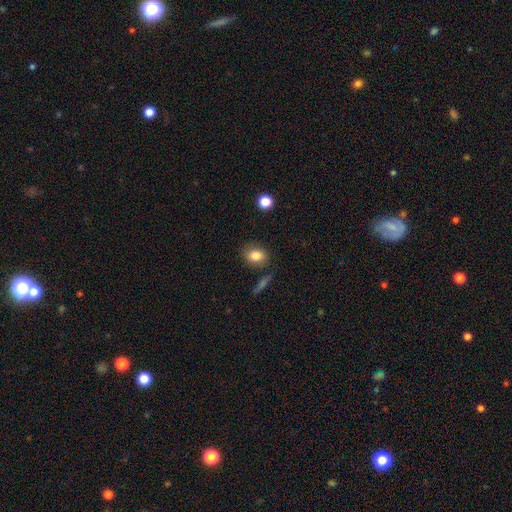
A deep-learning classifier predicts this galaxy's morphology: Q: Smooth or featured?
A: smooth (83%); runner-up: star or artifact (9%)
Q: How rounded?
A: in between (63%); runner-up: round (36%)
Q: Merging?
A: none (81%); runner-up: minor disturbance (12%)